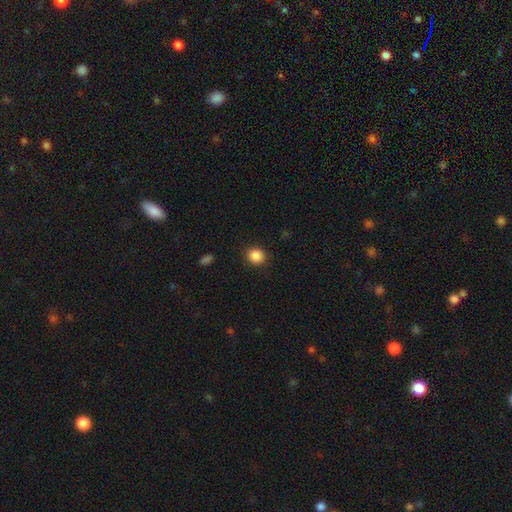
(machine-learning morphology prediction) Q: Smooth or featured?
A: smooth (87%); runner-up: star or artifact (10%)
Q: How rounded?
A: round (81%); runner-up: in between (18%)
Q: Merging?
A: none (88%); runner-up: minor disturbance (8%)